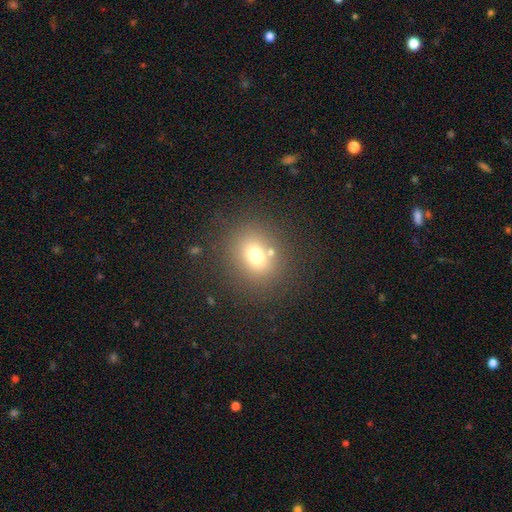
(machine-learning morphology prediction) A smooth galaxy with no disk features (70%) that is round (67%).

Vote fractions:
- Smooth or featured? smooth: 70% / star or artifact: 17% / featured or disk: 13%
- How rounded? round: 67% / in between: 32% / cigar-shaped: 1%
- Merging? none: 76% / minor disturbance: 10% / merger: 8% / major disturbance: 5%